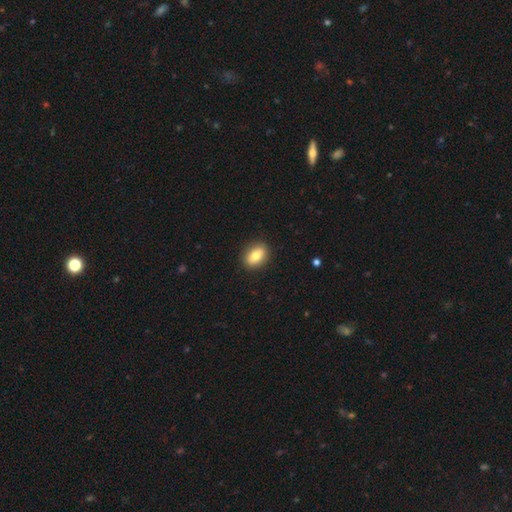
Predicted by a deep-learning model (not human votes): smooth-or-featured: smooth: 76% | featured or disk: 16% | star or artifact: 7%
  how-rounded: in between: 75% | round: 23% | cigar-shaped: 2%
  merging: none: 89% | minor disturbance: 8% | major disturbance: 2% | merger: 1%